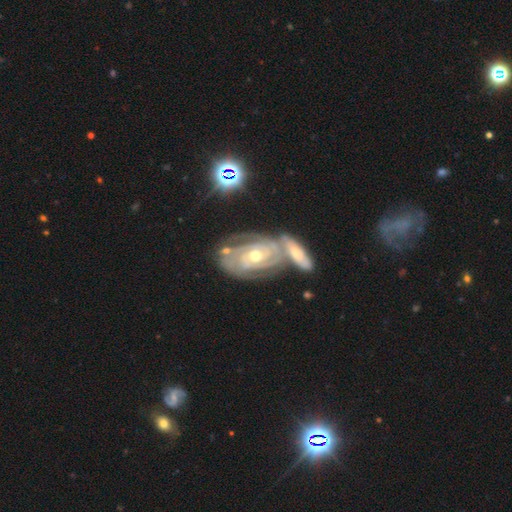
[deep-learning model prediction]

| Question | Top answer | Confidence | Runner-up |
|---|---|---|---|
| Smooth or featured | featured or disk | 88% | smooth (7%) |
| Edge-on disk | no | 95% | yes (5%) |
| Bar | no | 64% | weak (26%) |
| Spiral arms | yes | 95% | no (5%) |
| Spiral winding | tight | 75% | medium (21%) |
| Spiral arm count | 2 | 31% | can't tell (29%) |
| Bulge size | moderate | 65% | small (29%) |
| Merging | none | 42% | merger (35%) |